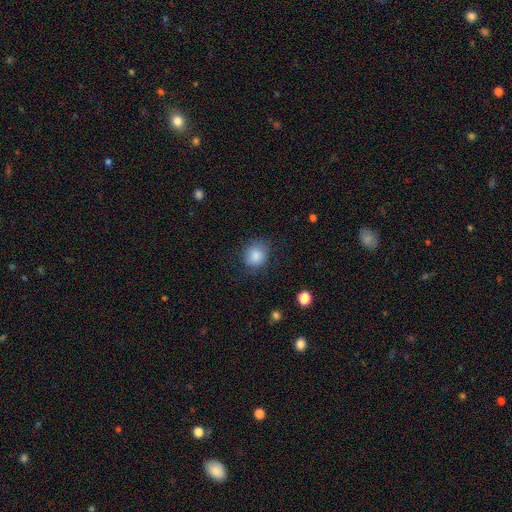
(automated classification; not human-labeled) smooth-or-featured: smooth: 86% | star or artifact: 9% | featured or disk: 5%
  how-rounded: round: 78% | in between: 21% | cigar-shaped: 1%
  merging: none: 77% | minor disturbance: 16% | major disturbance: 6% | merger: 1%